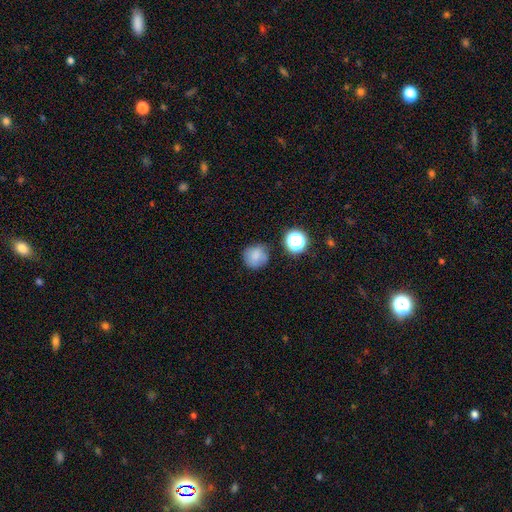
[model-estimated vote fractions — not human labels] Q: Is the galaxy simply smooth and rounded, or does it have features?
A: smooth — 77%.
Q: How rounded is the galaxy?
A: round — 89%.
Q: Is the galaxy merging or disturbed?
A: none — 72%.